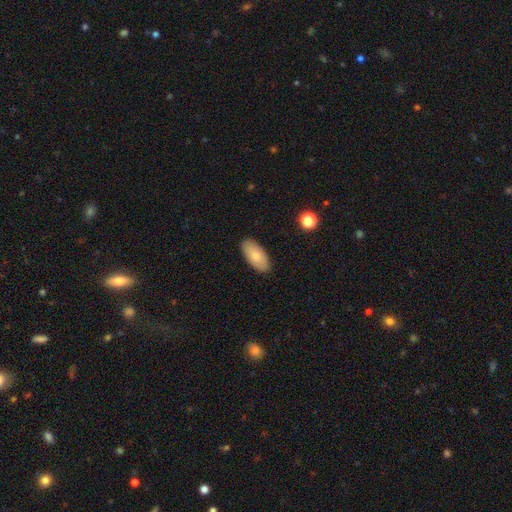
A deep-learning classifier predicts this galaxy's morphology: The model was most divided on "smooth or featured": smooth: 80%, featured or disk: 14%, star or artifact: 6%. More confident: how rounded — in between (93%); merging — none (88%).